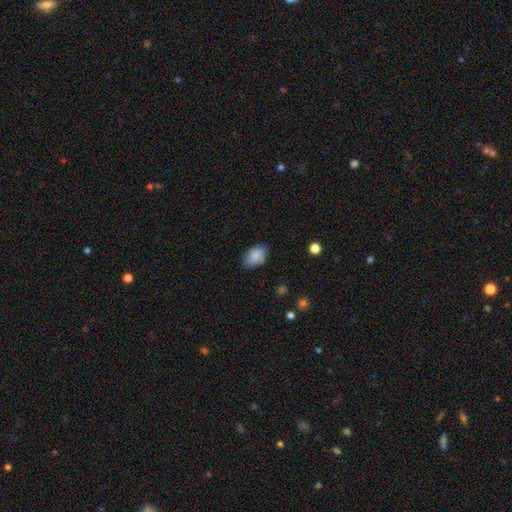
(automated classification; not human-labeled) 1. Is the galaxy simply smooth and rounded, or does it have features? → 87% smooth, 7% star or artifact, 6% featured or disk.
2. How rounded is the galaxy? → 88% in between, 11% round, 1% cigar-shaped.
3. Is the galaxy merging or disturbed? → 75% none, 20% minor disturbance, 4% major disturbance, 2% merger.